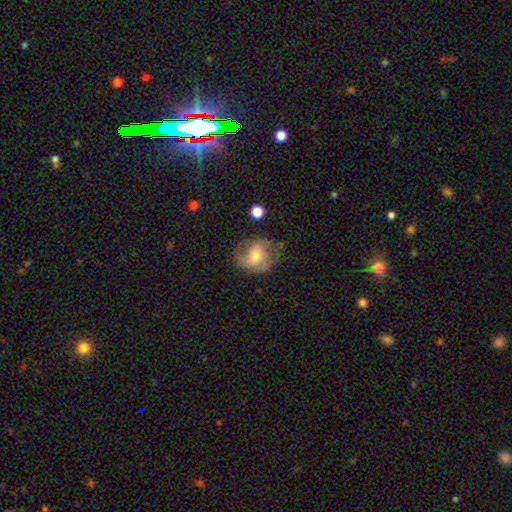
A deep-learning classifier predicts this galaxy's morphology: Overall: featured or disk (53%; smooth 38%). Edge-on disk: no (96%). Bar: no (60%; weak 31%). Spiral arms: yes (80%). Bulge size: moderate (62%; small 29%). Merging: none (56%; minor disturbance 26%).